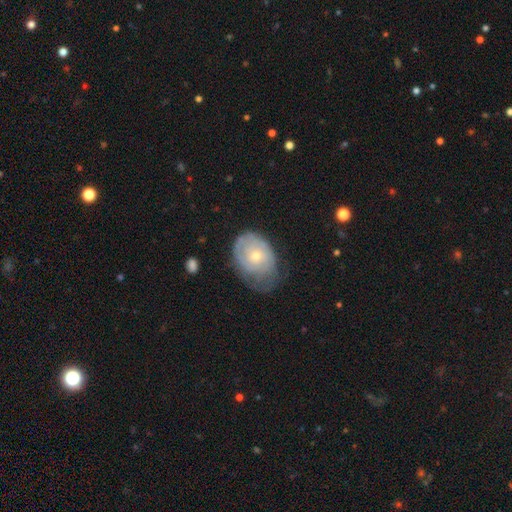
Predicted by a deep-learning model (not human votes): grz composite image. It shows a featured or disk galaxy (57%) with no bar (83%), spiral arms (71%) and a small central bulge (61%). Merging: none (50%).